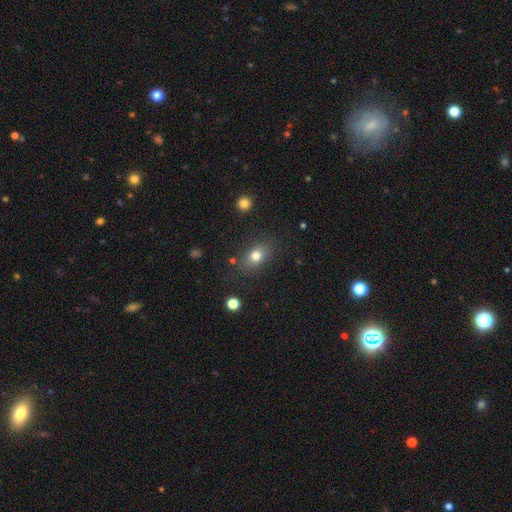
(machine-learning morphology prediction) Smooth or featured? Predicted: smooth (p=0.76). How rounded? Predicted: in between (p=0.72). Merging? Predicted: none (p=0.80).